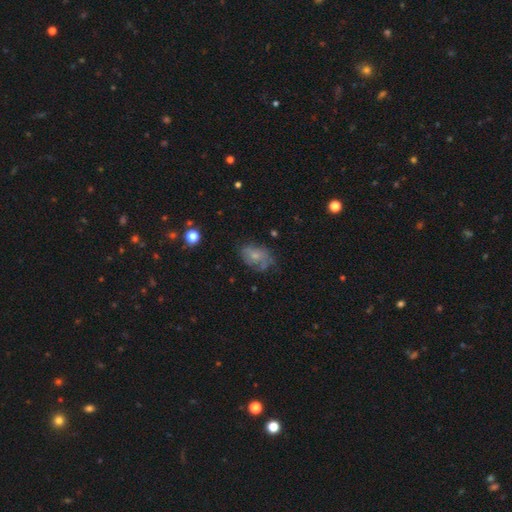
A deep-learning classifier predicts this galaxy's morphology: smooth-or-featured: smooth: 49% | featured or disk: 40% | star or artifact: 11%
  merging: none: 54% | minor disturbance: 28% | major disturbance: 15% | merger: 2%